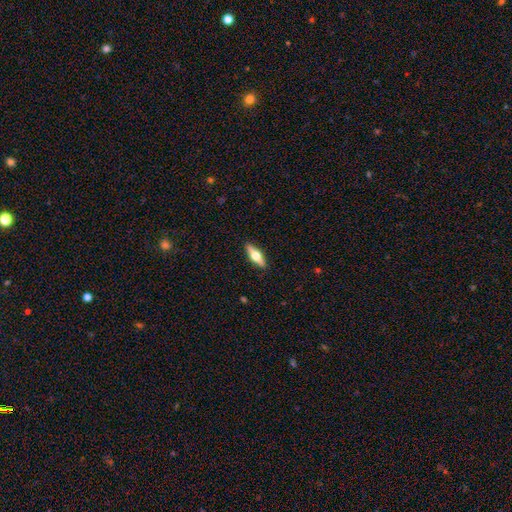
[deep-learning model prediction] The model was most divided on "smooth or featured": featured or disk: 51%, smooth: 43%, star or artifact: 6%. More confident: edge-on disk — yes (92%); merging — none (90%).